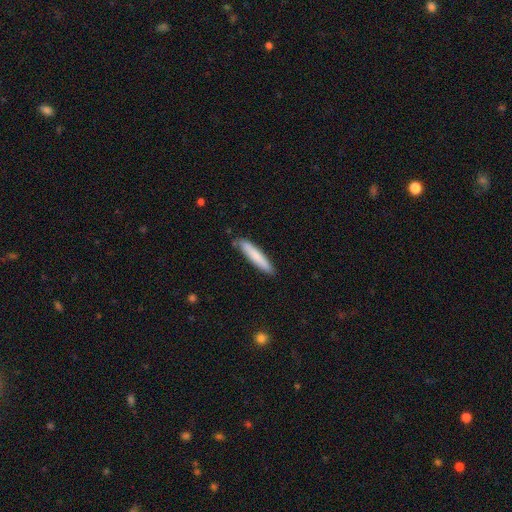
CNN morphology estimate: smooth-or-featured: smooth: 78% | featured or disk: 16% | star or artifact: 6%
  how-rounded: cigar-shaped: 91% | in between: 8% | round: 1%
  merging: none: 85% | minor disturbance: 11% | merger: 2% | major disturbance: 2%